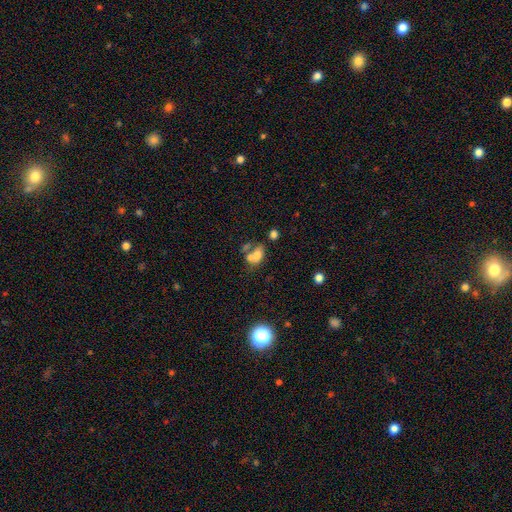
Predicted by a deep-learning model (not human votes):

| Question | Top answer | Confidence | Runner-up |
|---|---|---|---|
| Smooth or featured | smooth | 66% | featured or disk (21%) |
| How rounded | in between | 78% | round (20%) |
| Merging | merger | 50% | none (28%) |